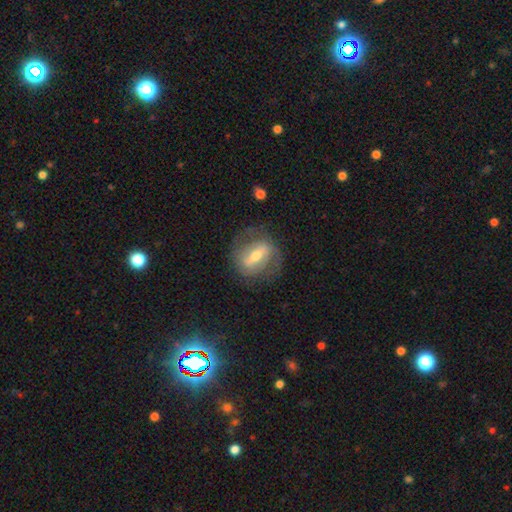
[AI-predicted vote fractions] This appears to be a featured or disk galaxy (71%) with a strong bar (63%), spiral arms (59%) and a moderate central bulge (62%). Merging: none (72%).